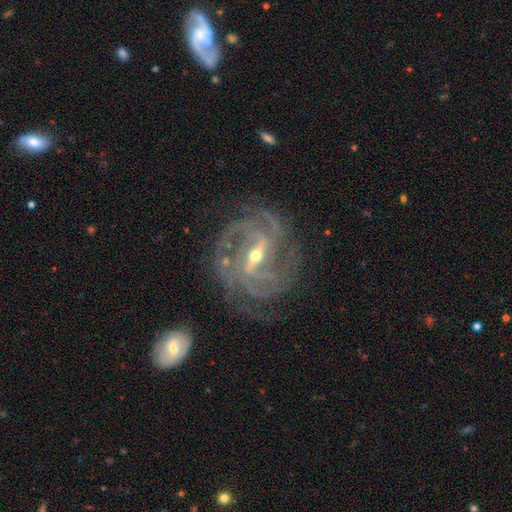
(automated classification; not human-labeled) Morphology: type=featured or disk (92%); edge-on=no (96%); bar=strong (63%); spiral arms=yes (98%); winding=tight (53%); arm count=3 (32%); bulge=small (54%); merging=none (73%).